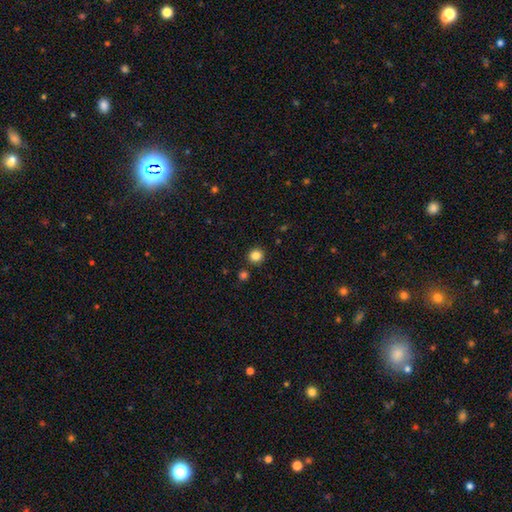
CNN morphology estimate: A smooth galaxy with no disk features (84%) that is round (92%).

Vote fractions:
- Smooth or featured? smooth: 84% / star or artifact: 12% / featured or disk: 4%
- How rounded? round: 92% / in between: 7% / cigar-shaped: 1%
- Merging? none: 88% / minor disturbance: 6% / merger: 4% / major disturbance: 2%